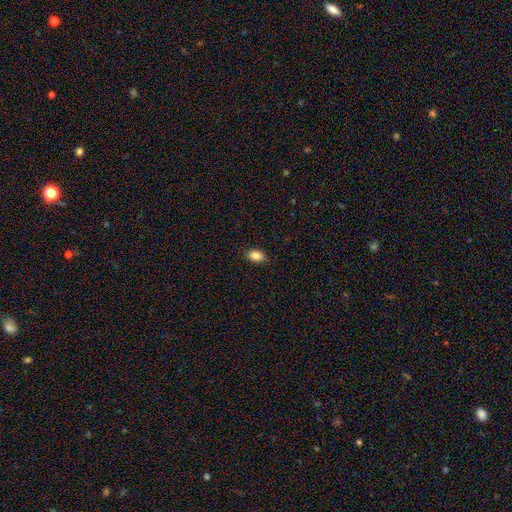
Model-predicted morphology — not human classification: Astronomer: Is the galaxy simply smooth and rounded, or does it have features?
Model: smooth — 87%.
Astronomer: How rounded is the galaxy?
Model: in between — 90%.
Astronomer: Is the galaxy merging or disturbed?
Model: none — 87%.